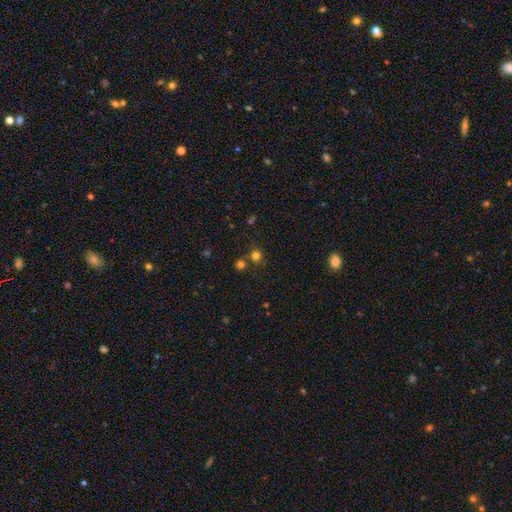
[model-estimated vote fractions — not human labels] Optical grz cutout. It shows a smooth galaxy with no disk features (72%) that is round (85%). Merging: none (69%).